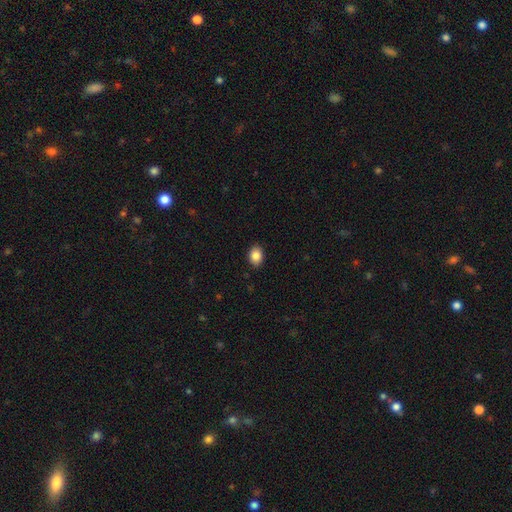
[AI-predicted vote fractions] The model was most divided on "how rounded": in between: 69%, round: 30%, cigar-shaped: 1%. More confident: merging — none (88%); smooth or featured — smooth (87%).